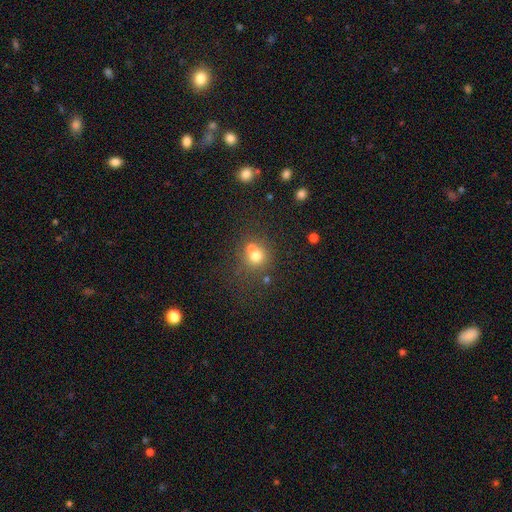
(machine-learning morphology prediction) Smooth or featured? smooth (68%)
How rounded? round (87%)
Merging? none (49%)